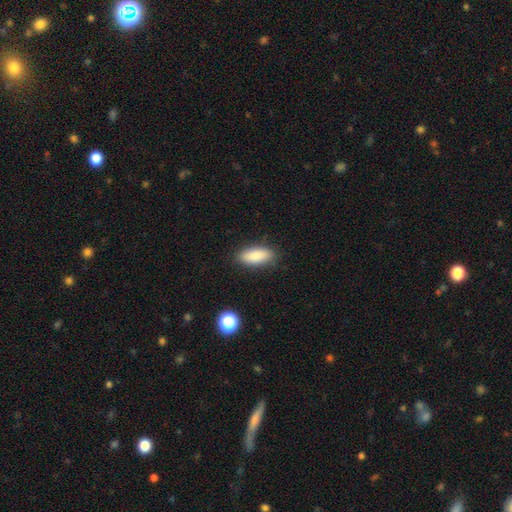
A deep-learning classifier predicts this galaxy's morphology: smooth_or_featured: smooth (p=0.86) [alt: featured or disk p=0.07]
how_rounded: in between (p=0.80) [alt: cigar-shaped p=0.18]
merging: none (p=0.86) [alt: minor disturbance p=0.10]